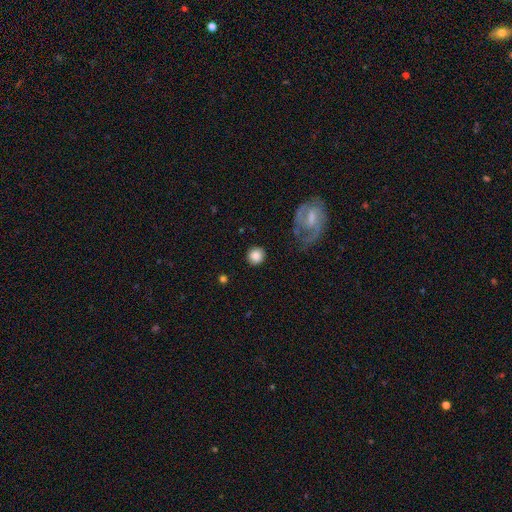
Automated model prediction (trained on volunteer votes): This appears to be a smooth galaxy with no disk features (82%) that is round (90%). Merging: none (85%).